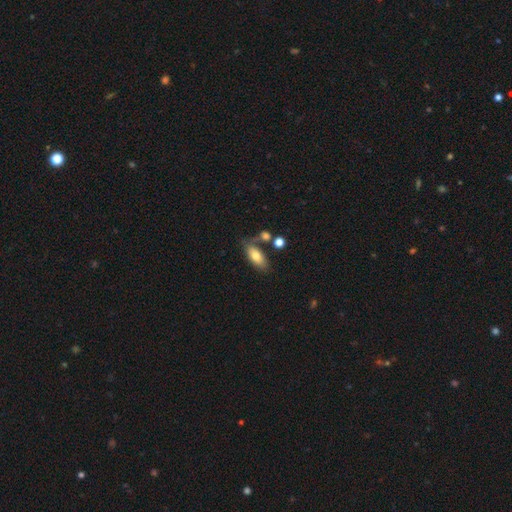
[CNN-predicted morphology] Smooth or featured? Predicted: smooth (p=0.74). How rounded? Predicted: in between (p=0.83). Merging? Predicted: none (p=0.65).